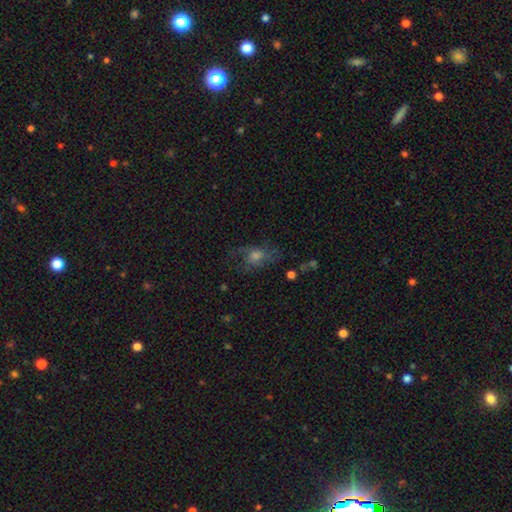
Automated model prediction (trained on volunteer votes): featured or disk 43%, smooth 36%, star or artifact 20%. Down the decision tree: merging — none (54%).